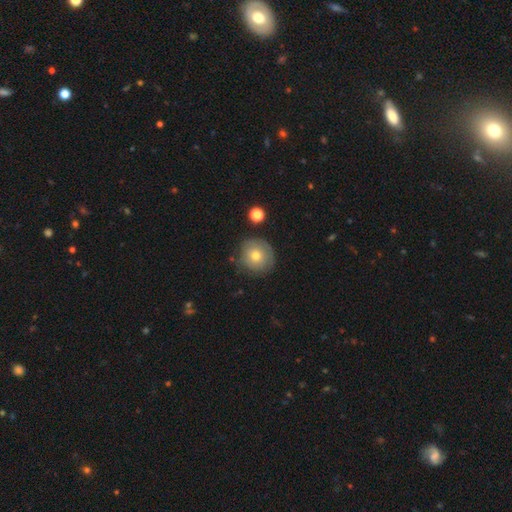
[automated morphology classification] Smooth or featured? Predicted: smooth (p=0.68). How rounded? Predicted: round (p=0.91). Merging? Predicted: none (p=0.79).